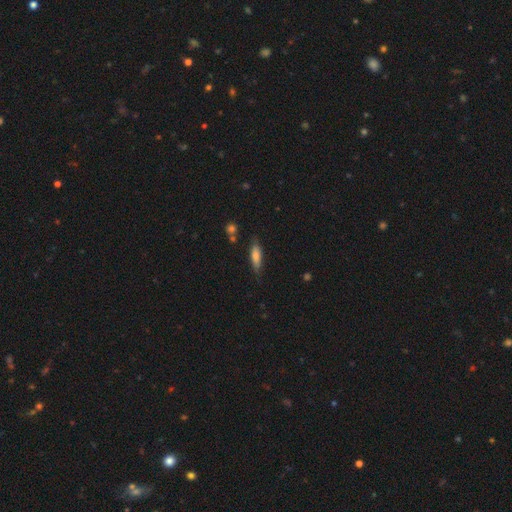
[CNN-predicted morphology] smooth-or-featured: smooth: 68% | featured or disk: 25% | star or artifact: 8%
  how-rounded: cigar-shaped: 59% | in between: 39% | round: 2%
  merging: none: 77% | minor disturbance: 16% | major disturbance: 3% | merger: 3%